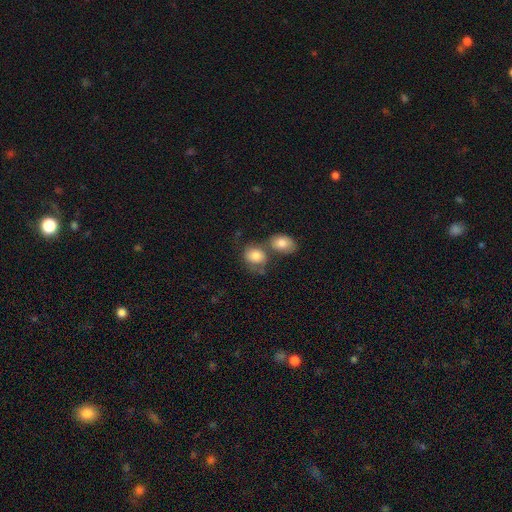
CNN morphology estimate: smooth-or-featured: smooth: 79% | featured or disk: 14% | star or artifact: 7%
  how-rounded: round: 52% | in between: 47% | cigar-shaped: 1%
  merging: merger: 44% | none: 36% | minor disturbance: 14% | major disturbance: 7%